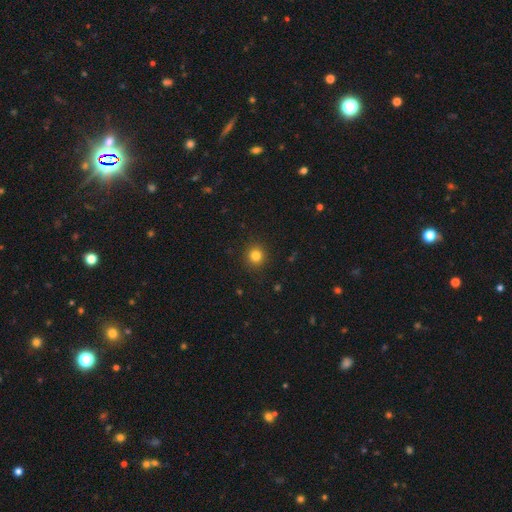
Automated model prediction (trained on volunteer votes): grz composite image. It shows a smooth galaxy with no disk features (81%) that is round (91%). Merging: none (91%).